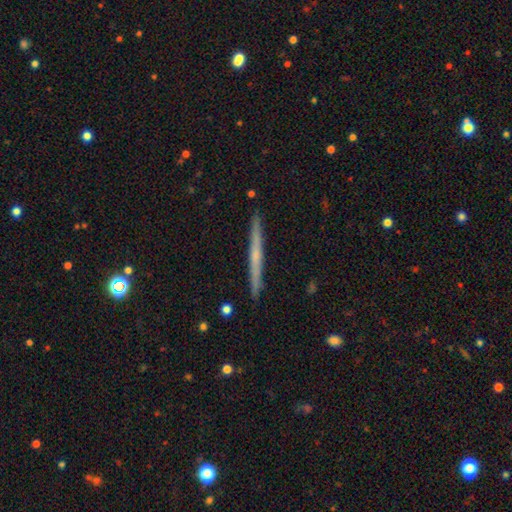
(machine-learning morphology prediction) The model was most divided on "smooth or featured": featured or disk: 57%, smooth: 37%, star or artifact: 6%. More confident: edge-on disk — yes (98%); merging — none (92%); edge-on bulge — none (71%).